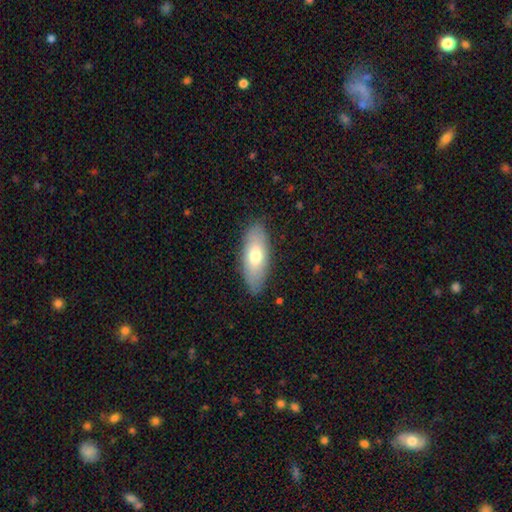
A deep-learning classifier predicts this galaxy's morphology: Smooth or featured? Predicted: smooth (p=0.70). How rounded? Predicted: in between (p=0.75). Merging? Predicted: none (p=0.85).